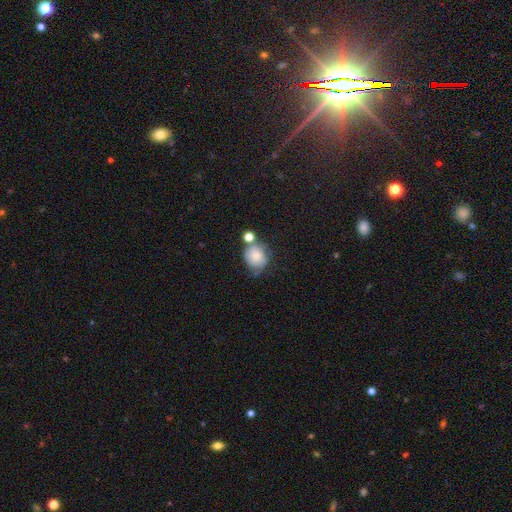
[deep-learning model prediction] Smooth or featured: smooth — 71% (featured or disk — 19%)
How rounded: round — 70% (in between — 29%)
Merging: none — 39% (minor disturbance — 25%)